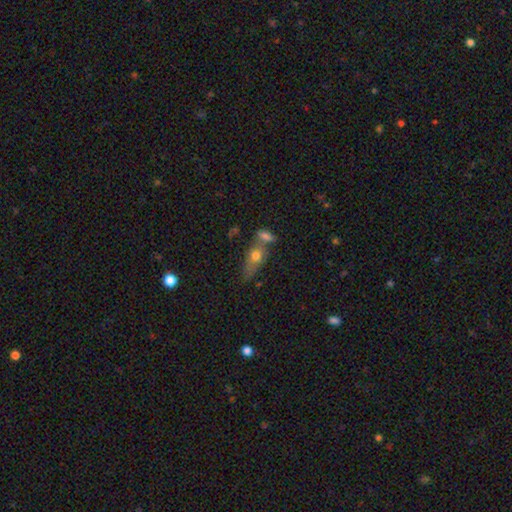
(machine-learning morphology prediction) A smooth galaxy with no disk features (69%) that is in between round and cigar-shaped (67%). Merging: merger (36%).